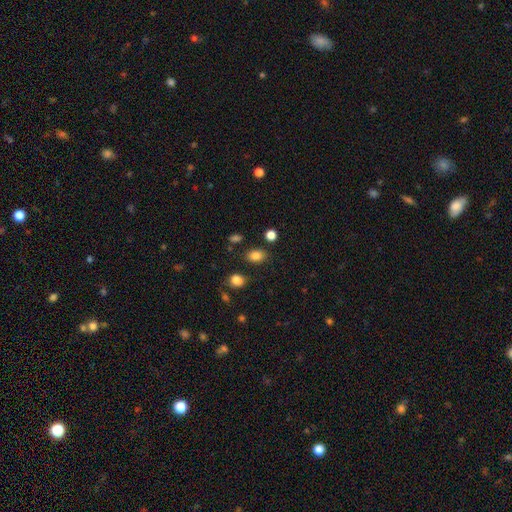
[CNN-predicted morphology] Smooth or featured? smooth (83%)
How rounded? in between (70%)
Merging? none (82%)